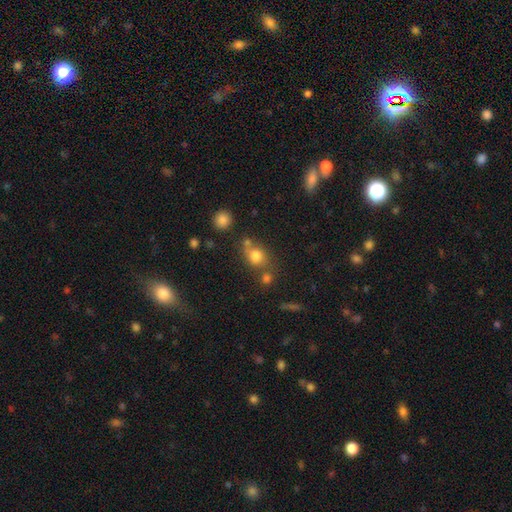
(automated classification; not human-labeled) Morphology: type=smooth (76%); roundness=round (65%); merging=none (55%).